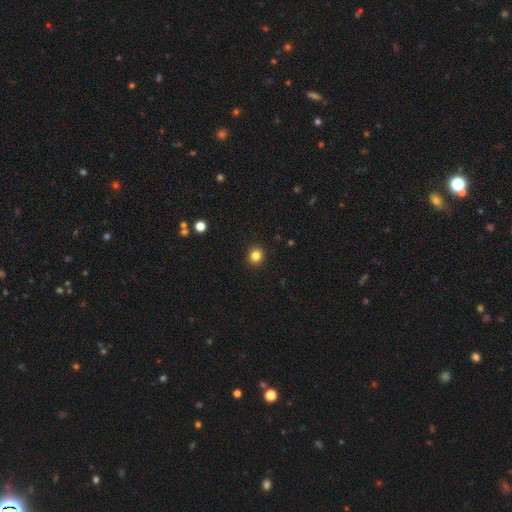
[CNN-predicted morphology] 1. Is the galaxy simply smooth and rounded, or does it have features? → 83% smooth, 12% star or artifact, 5% featured or disk.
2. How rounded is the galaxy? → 85% round, 14% in between, 1% cigar-shaped.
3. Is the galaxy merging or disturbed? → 92% none, 5% minor disturbance, 2% major disturbance, 1% merger.